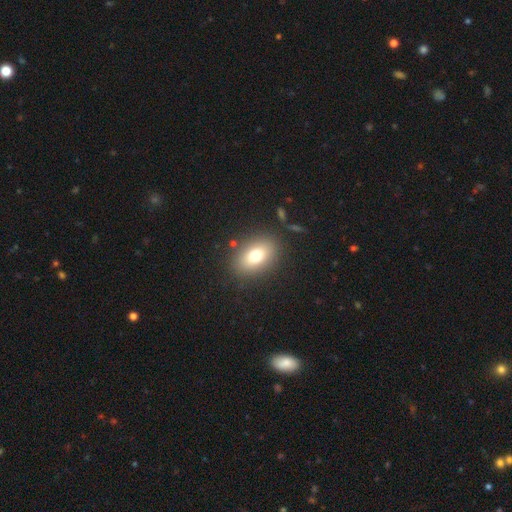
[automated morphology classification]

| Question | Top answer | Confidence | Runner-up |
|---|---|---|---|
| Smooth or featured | smooth | 74% | featured or disk (15%) |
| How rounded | in between | 77% | round (22%) |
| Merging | none | 85% | minor disturbance (9%) |